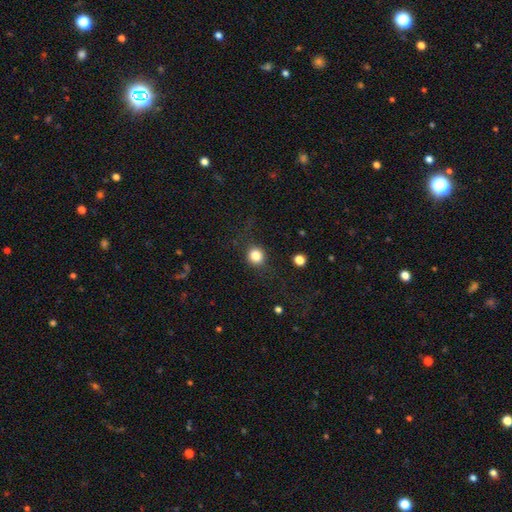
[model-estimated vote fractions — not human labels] Smooth or featured?
  - smooth: 82% *
  - star or artifact: 11%
  - featured or disk: 7%
How rounded?
  - round: 90% *
  - in between: 9%
  - cigar-shaped: 1%
Merging?
  - none: 83% *
  - minor disturbance: 9%
  - major disturbance: 6%
  - merger: 2%